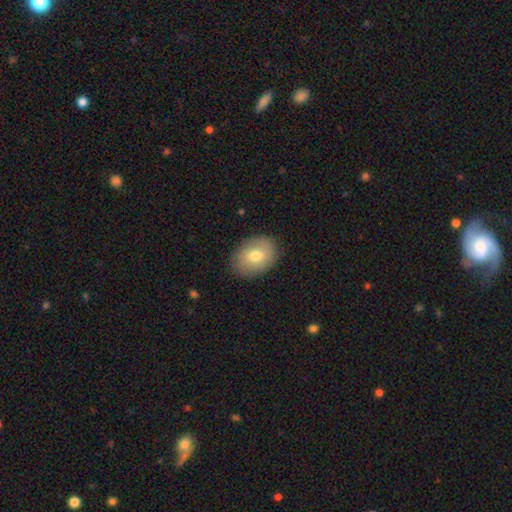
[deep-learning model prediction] Smooth or featured?
  - smooth: 73% *
  - featured or disk: 20%
  - star or artifact: 8%
How rounded?
  - in between: 75% *
  - round: 24%
  - cigar-shaped: 1%
Merging?
  - none: 86% *
  - minor disturbance: 11%
  - major disturbance: 3%
  - merger: 1%